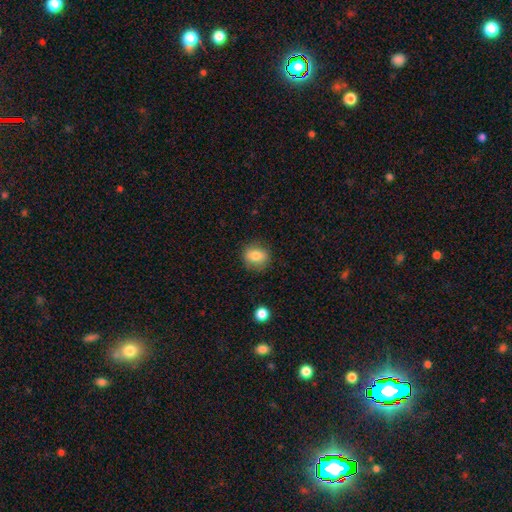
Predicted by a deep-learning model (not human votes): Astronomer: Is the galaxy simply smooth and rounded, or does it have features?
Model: smooth — 79%.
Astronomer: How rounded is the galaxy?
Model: round — 70%.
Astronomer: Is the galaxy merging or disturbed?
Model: none — 85%.